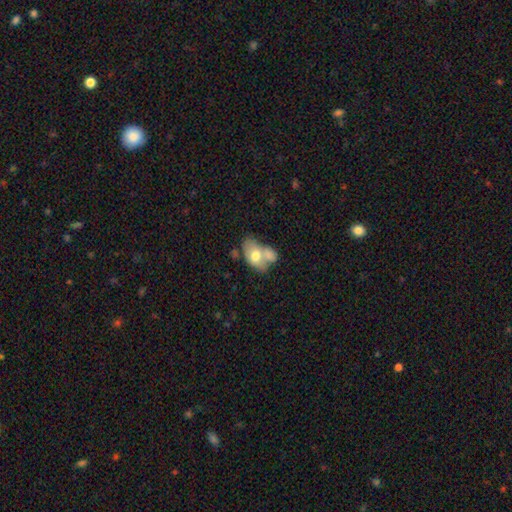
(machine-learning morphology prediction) smooth_or_featured: smooth (p=0.65) [alt: featured or disk p=0.28]
how_rounded: in between (p=0.86) [alt: round p=0.12]
merging: merger (p=0.61) [alt: none p=0.20]